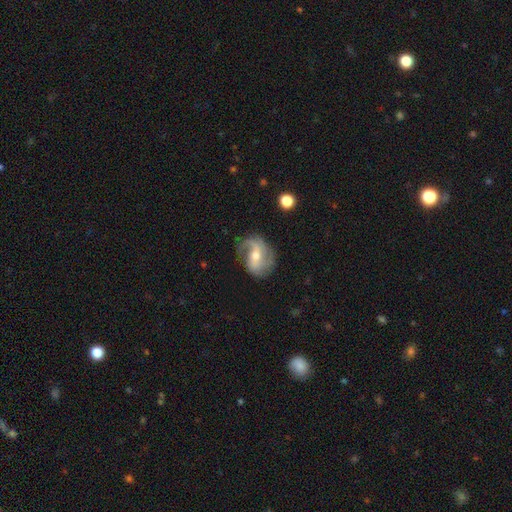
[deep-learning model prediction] smooth-or-featured: featured or disk: 78% | smooth: 15% | star or artifact: 7%
  disk-edge-on: no: 97% | yes: 3%
    bar: weak: 46% | no: 33% | strong: 20%
    has-spiral-arms: yes: 93% | no: 7%
      spiral-winding: loose: 50% | medium: 38% | tight: 13%
      spiral-arm-count: 2: 65% | 1: 18% | can't tell: 8% | 3: 6% | 4: 2% | more than 4: 2%
    bulge-size: moderate: 58% | small: 36% | large: 3% | none: 2% | dominant: 1%
  merging: none: 61% | minor disturbance: 23% | major disturbance: 14% | merger: 2%